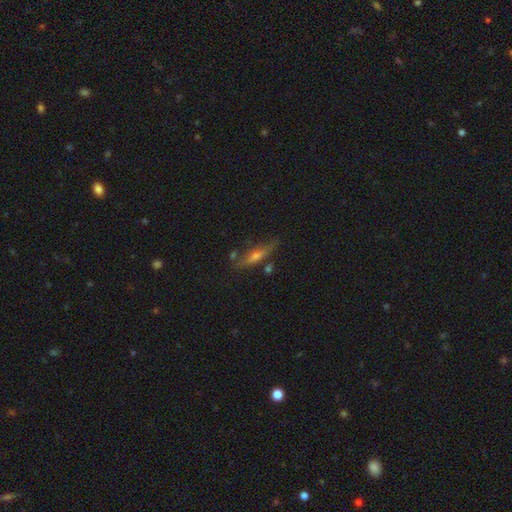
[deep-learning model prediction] This is possibly a featured or disk galaxy (58%). It is clearly viewed edge-on (87%). Edge-on bulge: clearly rounded (81%). Merging: likely none (72%).